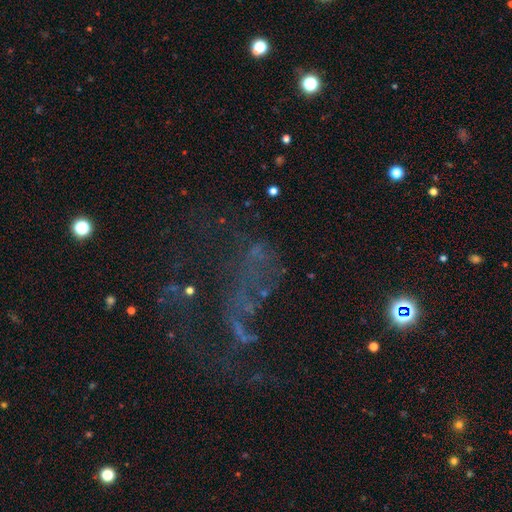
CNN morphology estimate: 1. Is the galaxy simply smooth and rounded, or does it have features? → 46% star or artifact, 33% featured or disk, 21% smooth.